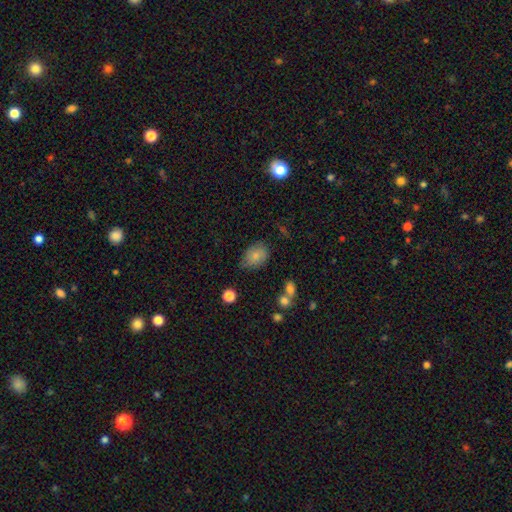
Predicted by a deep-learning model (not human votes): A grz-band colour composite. It shows a smooth galaxy with no disk features (78%) that is in between round and cigar-shaped (73%). Merging: none (64%).